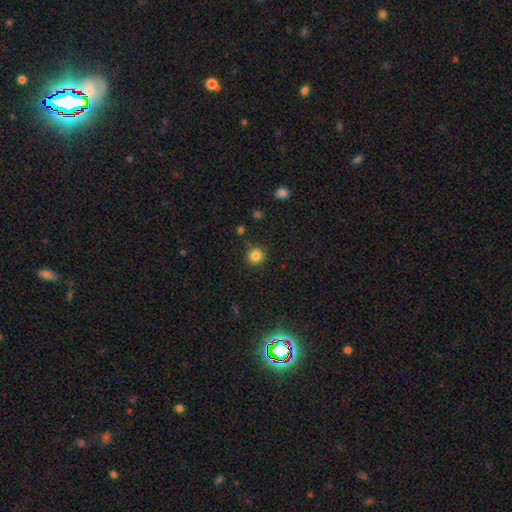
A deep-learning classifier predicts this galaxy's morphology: smooth-or-featured: smooth: 83% | star or artifact: 12% | featured or disk: 5%
  how-rounded: round: 90% | in between: 9% | cigar-shaped: 1%
  merging: none: 86% | minor disturbance: 9% | major disturbance: 3% | merger: 2%